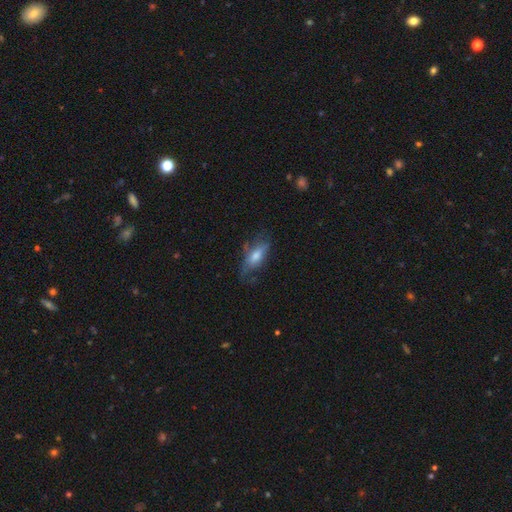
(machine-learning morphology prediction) This appears to be a smooth galaxy with no disk features (51%) that is in between round and cigar-shaped (71%). Merging: none (54%).